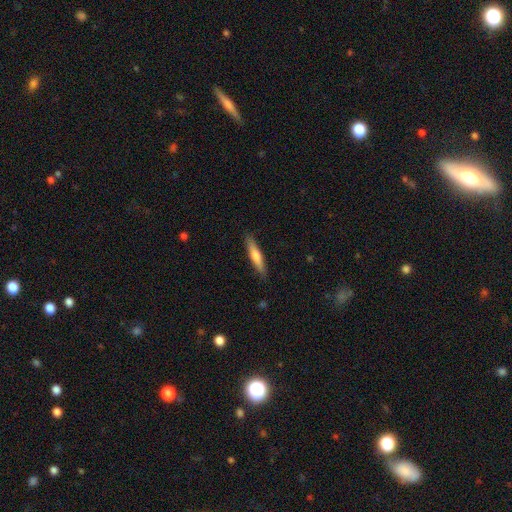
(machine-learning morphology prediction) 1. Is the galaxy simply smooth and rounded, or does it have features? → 67% smooth, 28% featured or disk, 5% star or artifact.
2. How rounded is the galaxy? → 87% cigar-shaped, 12% in between, 1% round.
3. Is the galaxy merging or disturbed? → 87% none, 10% minor disturbance, 2% major disturbance, 1% merger.